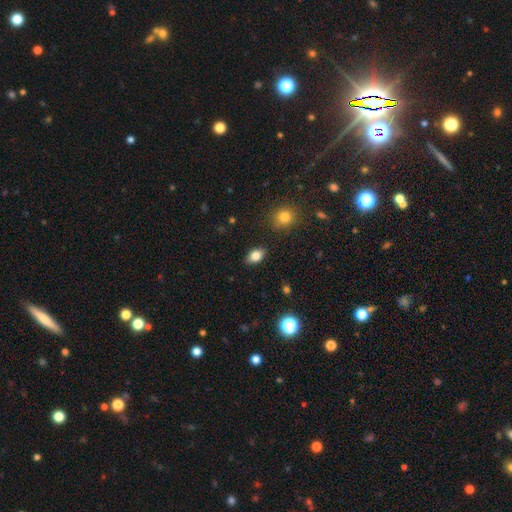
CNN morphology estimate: smooth-or-featured: smooth: 79% | featured or disk: 11% | star or artifact: 9%
  how-rounded: in between: 85% | round: 12% | cigar-shaped: 3%
  merging: none: 86% | minor disturbance: 10% | major disturbance: 2% | merger: 2%